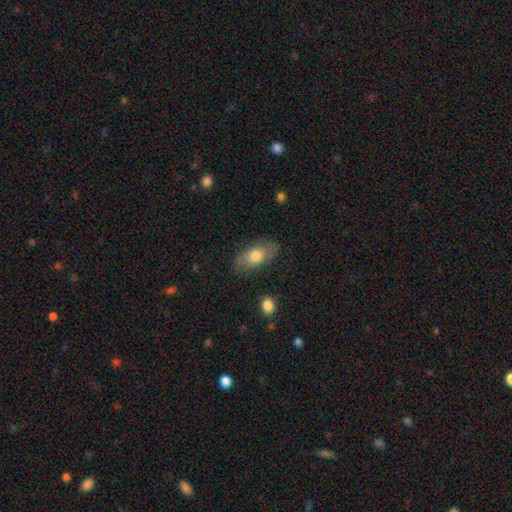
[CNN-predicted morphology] smooth 70%, featured or disk 23%, star or artifact 7%. Down the decision tree: how rounded — in between (89%); merging — none (80%).